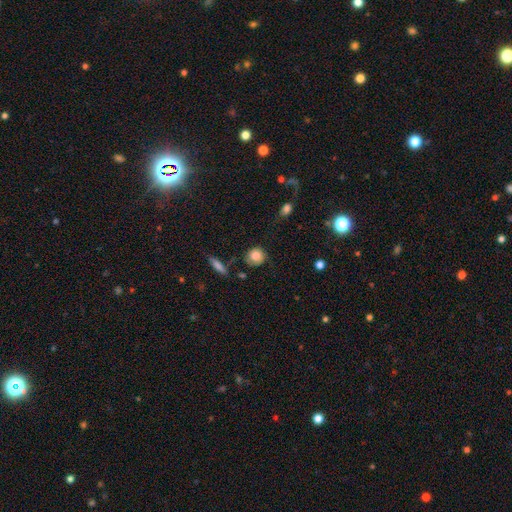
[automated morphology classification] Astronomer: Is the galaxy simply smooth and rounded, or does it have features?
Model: smooth — 82%.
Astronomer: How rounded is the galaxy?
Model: round — 84%.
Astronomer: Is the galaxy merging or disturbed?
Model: none — 73%.